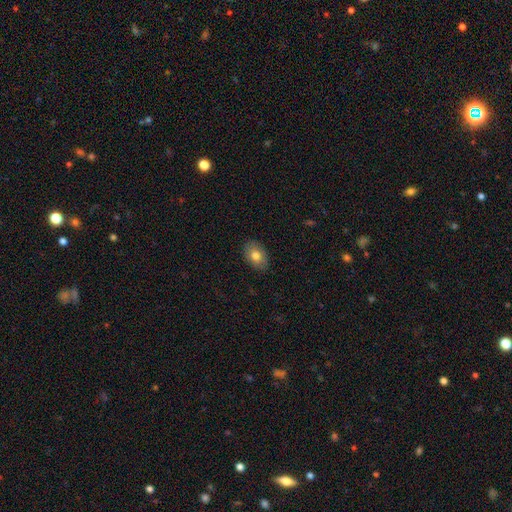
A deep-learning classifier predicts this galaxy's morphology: smooth-or-featured: smooth: 78% | featured or disk: 14% | star or artifact: 8%
  how-rounded: in between: 83% | round: 16% | cigar-shaped: 1%
  merging: none: 87% | minor disturbance: 10% | major disturbance: 2% | merger: 1%